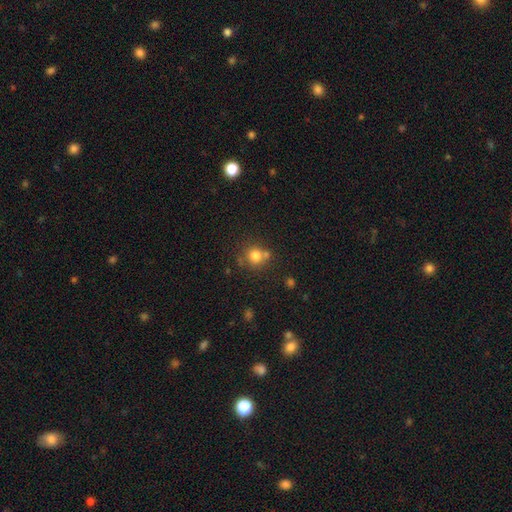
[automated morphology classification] Smooth or featured?
  - smooth: 78% *
  - star or artifact: 13%
  - featured or disk: 9%
How rounded?
  - round: 88% *
  - in between: 11%
  - cigar-shaped: 1%
Merging?
  - none: 60% *
  - merger: 25%
  - minor disturbance: 11%
  - major disturbance: 4%